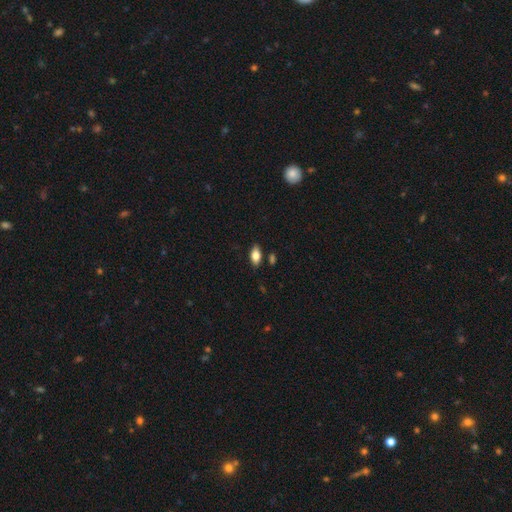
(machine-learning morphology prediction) A smooth galaxy with no disk features (77%) that is in between round and cigar-shaped (89%).

Vote fractions:
- Smooth or featured? smooth: 77% / featured or disk: 15% / star or artifact: 7%
- How rounded? in between: 89% / cigar-shaped: 7% / round: 4%
- Merging? none: 84% / minor disturbance: 11% / merger: 3% / major disturbance: 2%